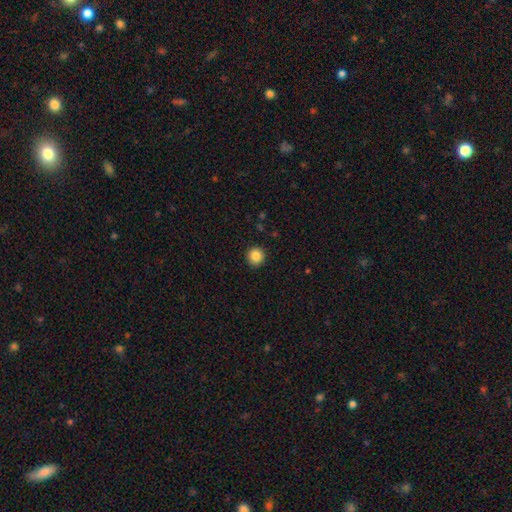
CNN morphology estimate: type=smooth (86%); roundness=round (95%); merging=none (92%).